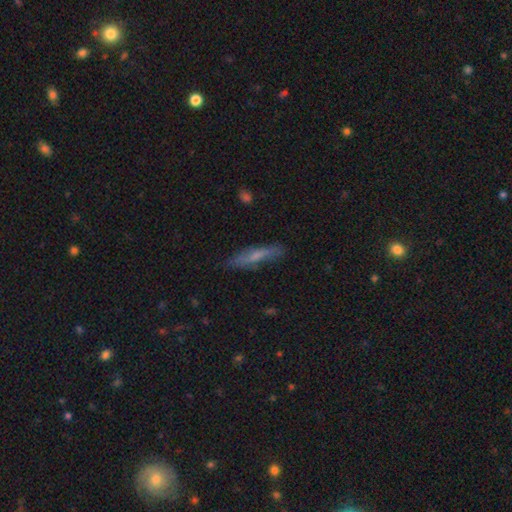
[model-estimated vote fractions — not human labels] smooth_or_featured: smooth (p=0.52) [alt: featured or disk p=0.39]
how_rounded: cigar-shaped (p=0.86) [alt: in between p=0.12]
merging: none (p=0.80) [alt: minor disturbance p=0.15]